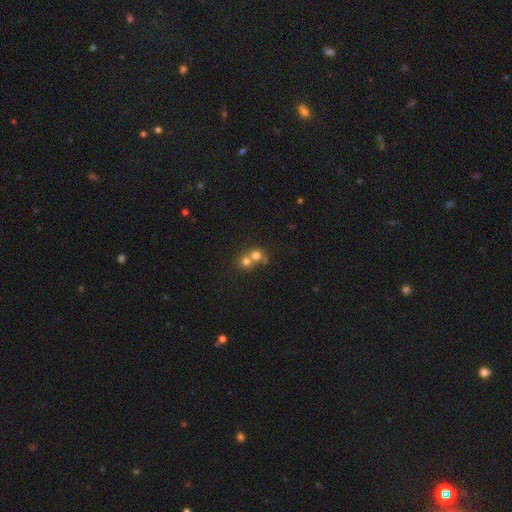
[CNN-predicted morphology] This is likely a smooth galaxy (72%). How rounded: clearly round (82%). Merging: likely merger (61%).